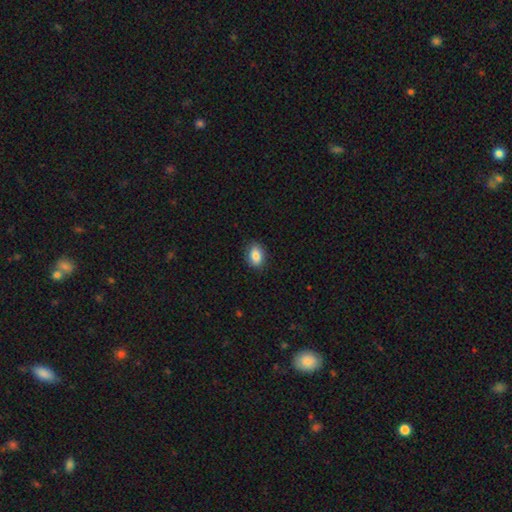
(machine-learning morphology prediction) Smooth or featured? smooth (85%)
How rounded? in between (75%)
Merging? none (86%)